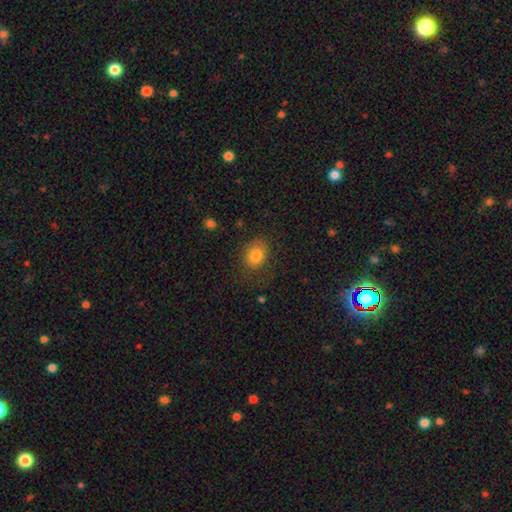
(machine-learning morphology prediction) This is clearly a smooth galaxy (83%). How rounded: possibly in between (59%). Merging: likely none (72%).